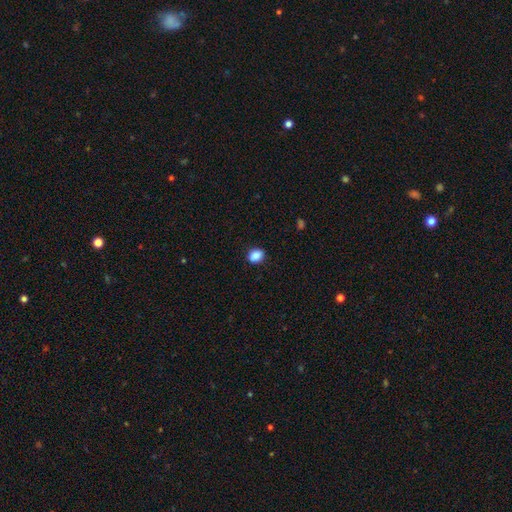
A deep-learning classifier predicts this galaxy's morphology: smooth-or-featured: smooth: 88% | star or artifact: 9% | featured or disk: 3%
  how-rounded: round: 55% | in between: 44% | cigar-shaped: 1%
  merging: none: 87% | minor disturbance: 10% | major disturbance: 2% | merger: 1%